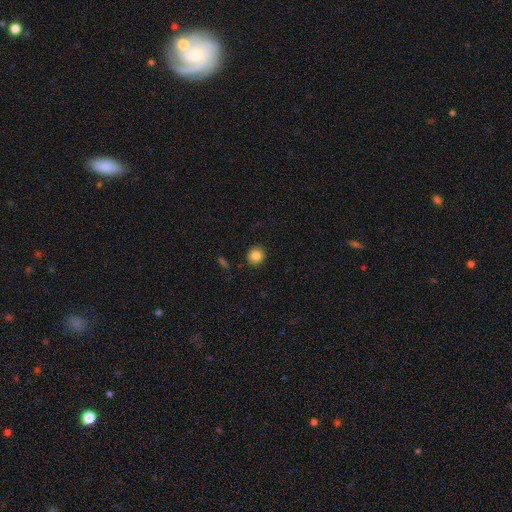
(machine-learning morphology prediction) type=smooth (84%); roundness=round (90%); merging=none (90%).